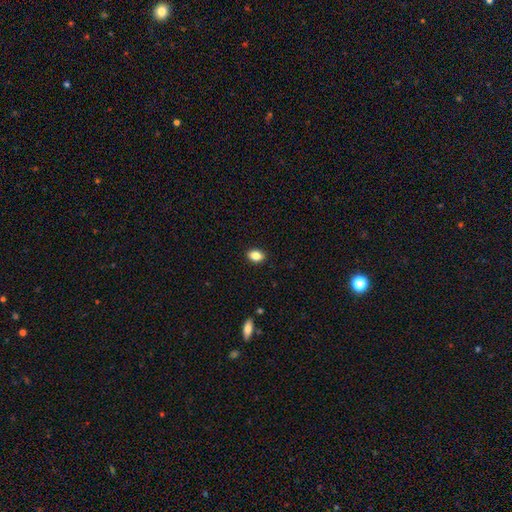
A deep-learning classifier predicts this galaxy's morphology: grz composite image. It shows a smooth galaxy with no disk features (86%) that is in between round and cigar-shaped (76%). Merging: none (90%).